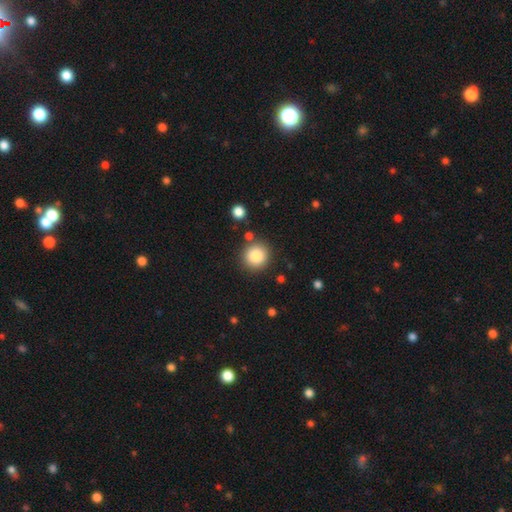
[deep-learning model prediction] Smooth or featured? smooth (85%)
How rounded? round (93%)
Merging? none (85%)